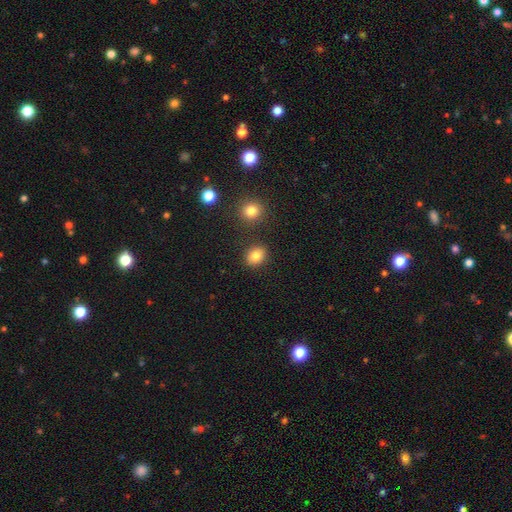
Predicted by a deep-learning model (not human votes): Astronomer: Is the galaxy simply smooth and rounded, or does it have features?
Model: smooth — 83%.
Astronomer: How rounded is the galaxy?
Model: in between — 50% (runner-up: round, 49%).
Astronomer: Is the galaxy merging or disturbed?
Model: none — 85%.